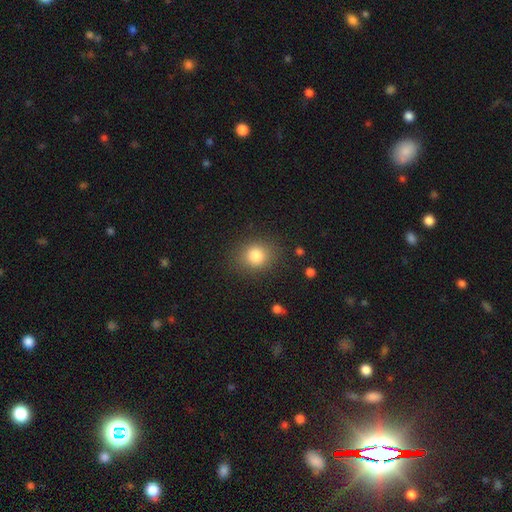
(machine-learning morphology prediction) smooth 82%, star or artifact 11%, featured or disk 7%. Down the decision tree: how rounded — round (72%); merging — none (85%).